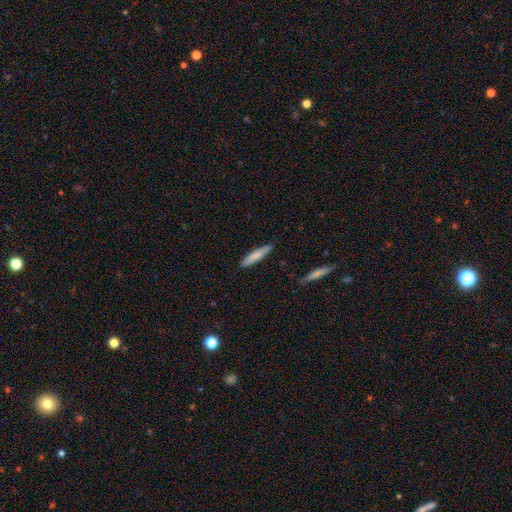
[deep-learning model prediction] smooth_or_featured: smooth (p=0.78) [alt: featured or disk p=0.17]
how_rounded: cigar-shaped (p=0.85) [alt: in between p=0.14]
merging: none (p=0.87) [alt: minor disturbance p=0.09]